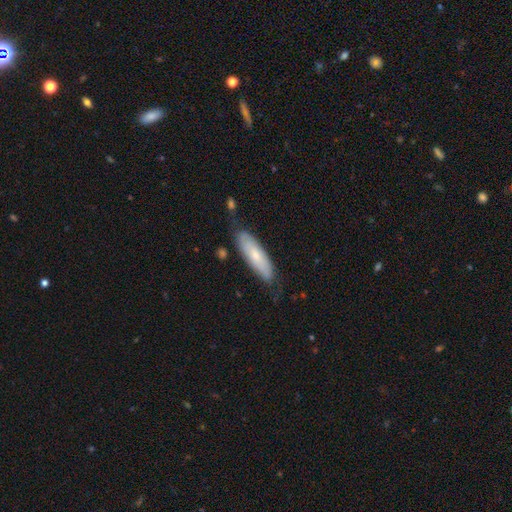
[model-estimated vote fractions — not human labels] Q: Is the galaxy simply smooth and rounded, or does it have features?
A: smooth — 61%.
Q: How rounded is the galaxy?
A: cigar-shaped — 55%.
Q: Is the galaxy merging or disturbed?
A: none — 68%.